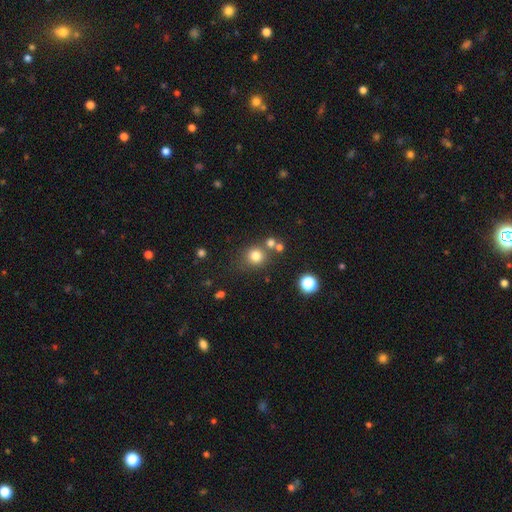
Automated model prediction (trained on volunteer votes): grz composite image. It shows a smooth galaxy with no disk features (78%) that is round (88%). Merging: none (71%).